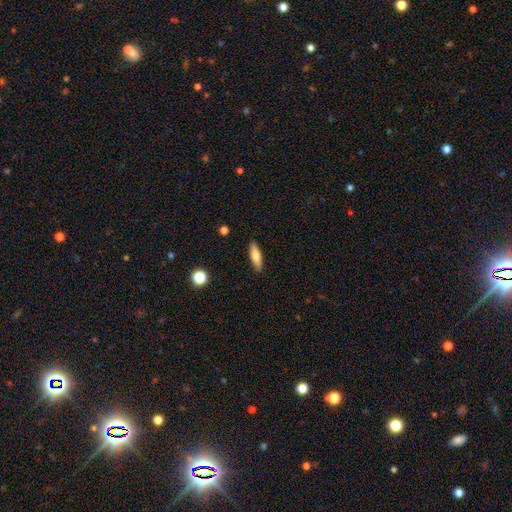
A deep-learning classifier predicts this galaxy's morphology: Smooth or featured: smooth — 71% (featured or disk — 23%)
How rounded: cigar-shaped — 54% (in between — 44%)
Merging: none — 88% (minor disturbance — 9%)